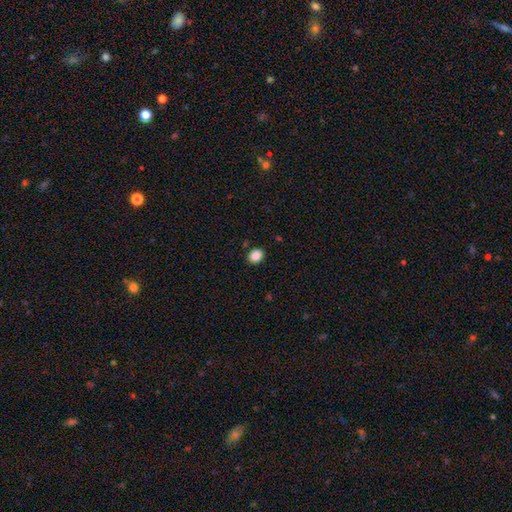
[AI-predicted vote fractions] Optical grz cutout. It shows a smooth galaxy with no disk features (88%) that is round (55%). Merging: none (88%).